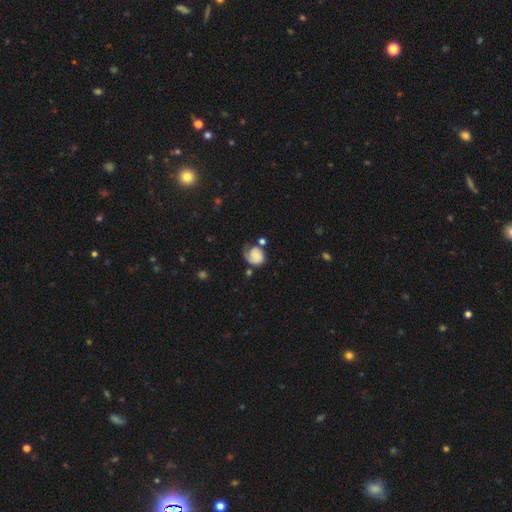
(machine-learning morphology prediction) type=featured or disk (46%, tied with smooth); merging=none (39%).